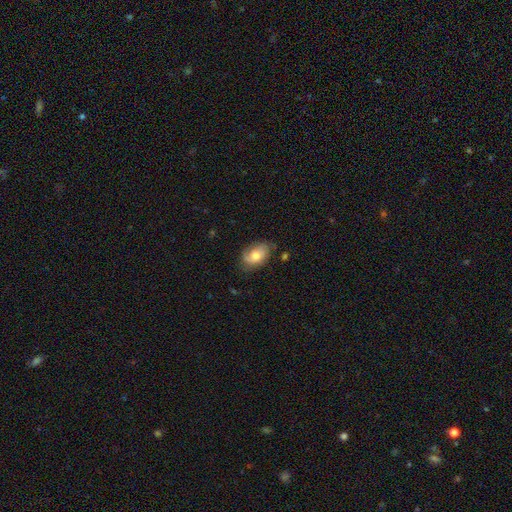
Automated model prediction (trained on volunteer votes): Smooth or featured: smooth — 57% (featured or disk — 36%)
How rounded: in between — 89% (round — 10%)
Merging: none — 66% (minor disturbance — 25%)